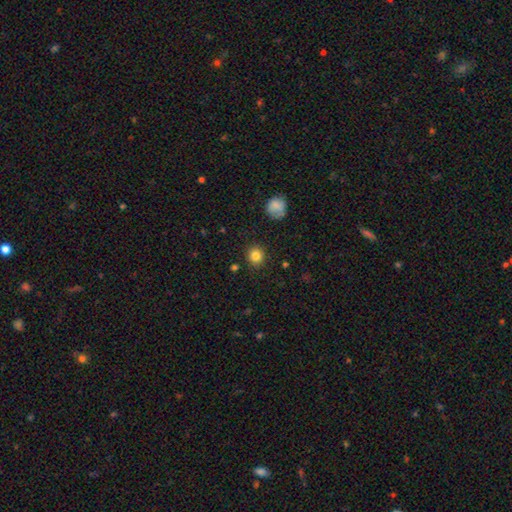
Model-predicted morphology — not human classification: smooth 83%, star or artifact 11%, featured or disk 5%. Down the decision tree: how rounded — round (88%); merging — none (89%).